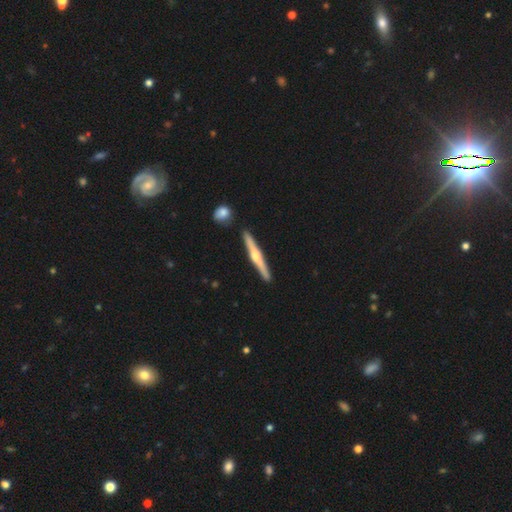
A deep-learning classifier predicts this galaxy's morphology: A featured or disk galaxy (70%) viewed edge-on (98%) with a rounded central bulge (89%). Merging: none (89%).